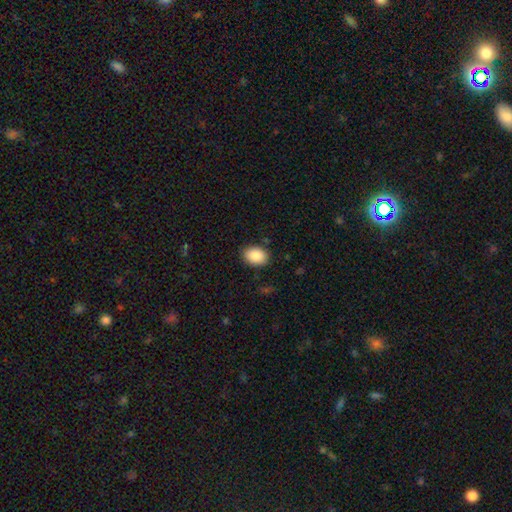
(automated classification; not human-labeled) Overall: smooth (89%). How rounded: in between (80%). Merging: none (86%).